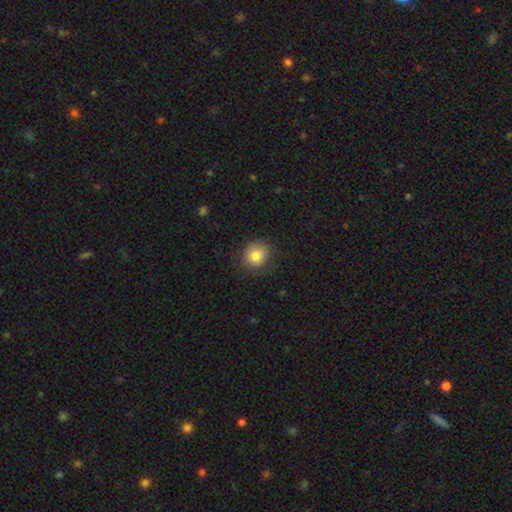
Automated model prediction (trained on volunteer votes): Overall: smooth (83%). How rounded: round (79%). Merging: none (78%).